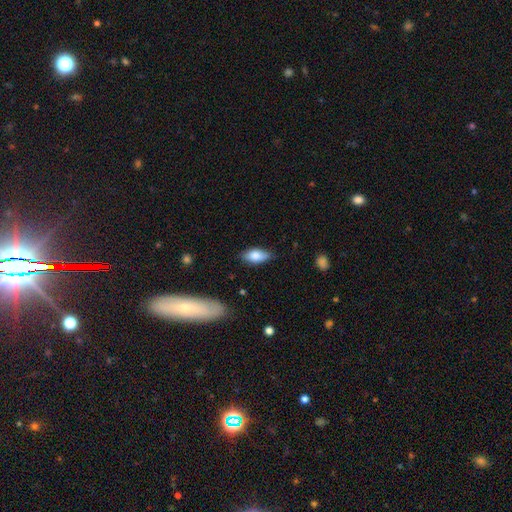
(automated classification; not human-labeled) A smooth galaxy with no disk features (79%) that is in between round and cigar-shaped (85%). Merging: none (80%).